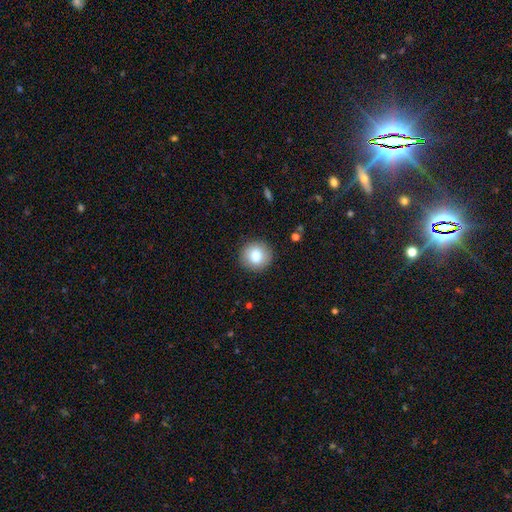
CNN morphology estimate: smooth 80%, featured or disk 11%, star or artifact 9%. Down the decision tree: how rounded — round (91%); merging — none (91%).